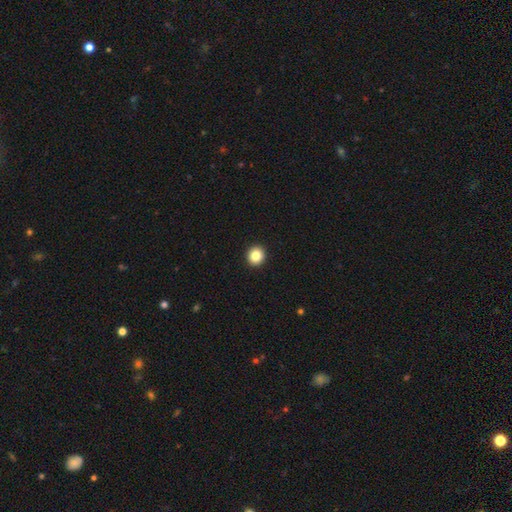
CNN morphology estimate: Q: Smooth or featured?
A: smooth (86%); runner-up: star or artifact (10%)
Q: How rounded?
A: round (90%); runner-up: in between (9%)
Q: Merging?
A: none (94%); runner-up: minor disturbance (4%)